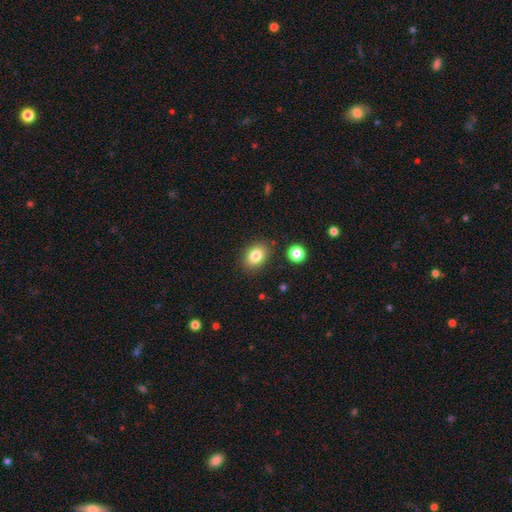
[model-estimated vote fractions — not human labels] A smooth galaxy with no disk features (83%) that is in between round and cigar-shaped (71%).

Vote fractions:
- Smooth or featured? smooth: 83% / star or artifact: 9% / featured or disk: 8%
- How rounded? in between: 71% / round: 27% / cigar-shaped: 1%
- Merging? none: 86% / minor disturbance: 9% / major disturbance: 3% / merger: 2%